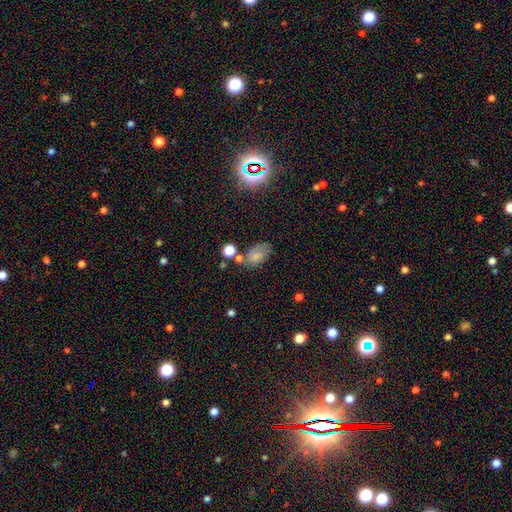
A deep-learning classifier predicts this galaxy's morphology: smooth-or-featured: smooth: 70% | featured or disk: 16% | star or artifact: 15%
  how-rounded: in between: 86% | round: 12% | cigar-shaped: 2%
  merging: none: 51% | minor disturbance: 24% | merger: 14% | major disturbance: 11%